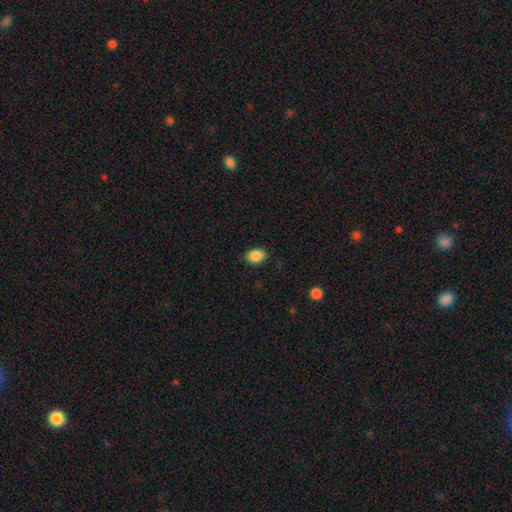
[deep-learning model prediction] Q: Smooth or featured?
A: smooth (88%); runner-up: star or artifact (8%)
Q: How rounded?
A: in between (71%); runner-up: round (28%)
Q: Merging?
A: none (86%); runner-up: minor disturbance (10%)